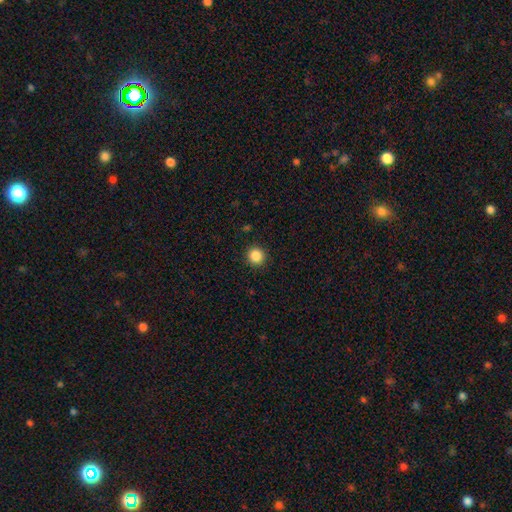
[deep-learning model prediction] The model was most divided on "smooth or featured": smooth: 86%, star or artifact: 11%, featured or disk: 3%. More confident: how rounded — round (94%); merging — none (92%).